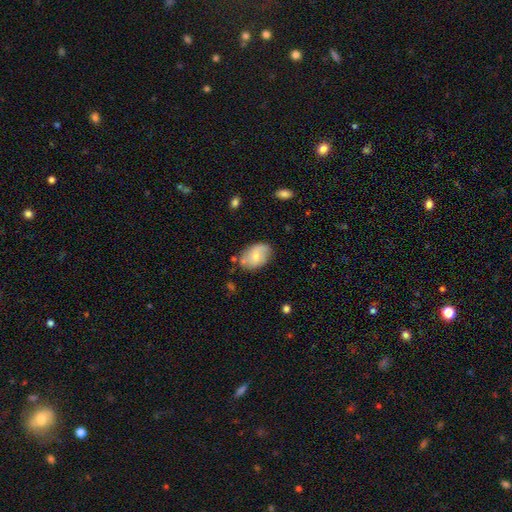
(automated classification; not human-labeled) The model was most divided on "smooth or featured": smooth: 61%, featured or disk: 32%, star or artifact: 7%. More confident: how rounded — in between (82%); merging — none (68%).